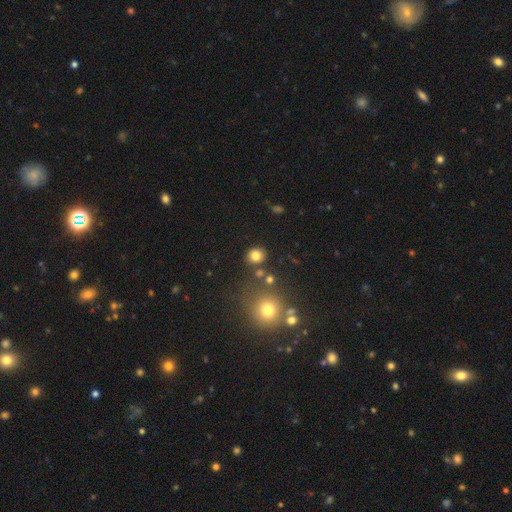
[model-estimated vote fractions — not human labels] This is likely a smooth galaxy (80%). How rounded: clearly round (85%). Merging: clearly none (83%).